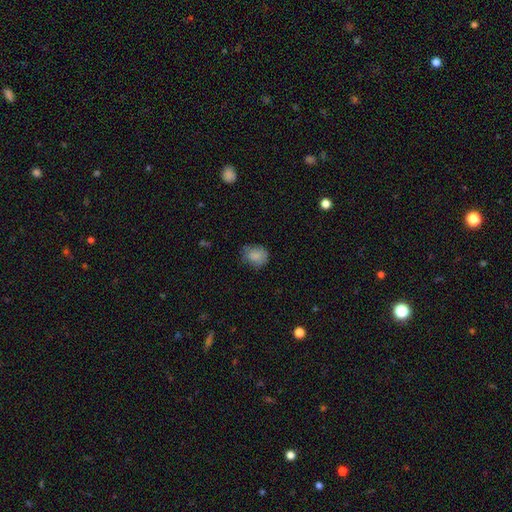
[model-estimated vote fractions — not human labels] A smooth galaxy with no disk features (84%) that is round (65%). Merging: none (66%).